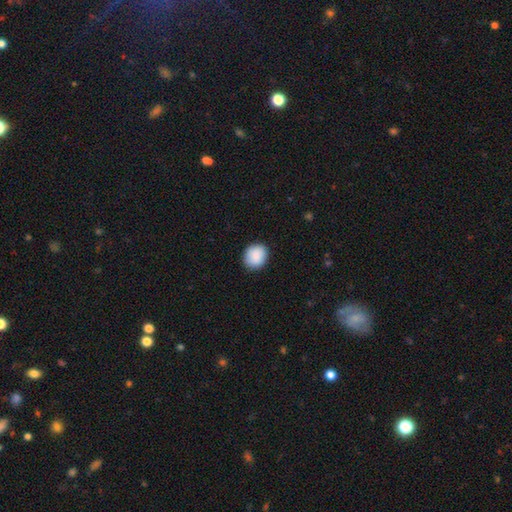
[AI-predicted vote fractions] This is clearly a smooth galaxy (89%). How rounded: likely round (73%). Merging: clearly none (88%).